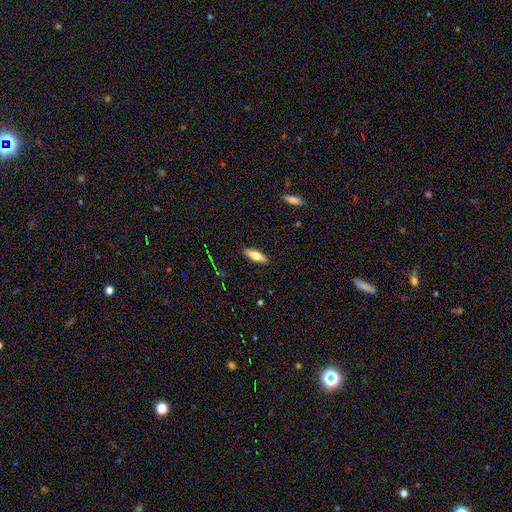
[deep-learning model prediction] Smooth or featured: smooth — 69% (featured or disk — 24%)
How rounded: in between — 58% (cigar-shaped — 40%)
Merging: none — 88% (minor disturbance — 9%)